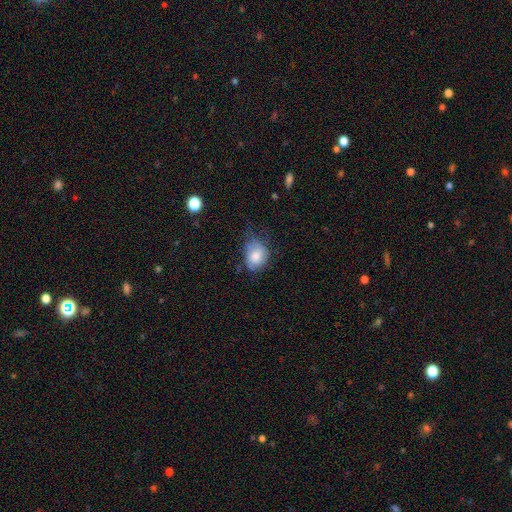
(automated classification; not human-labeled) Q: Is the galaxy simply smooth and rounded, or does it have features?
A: smooth — 74%.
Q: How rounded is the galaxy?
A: in between — 60%.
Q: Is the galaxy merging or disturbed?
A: none — 44%.